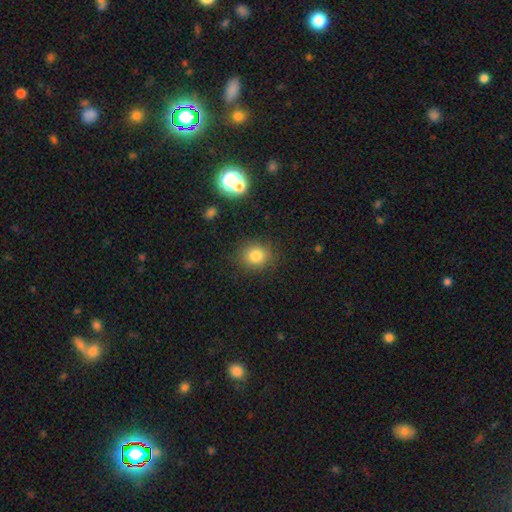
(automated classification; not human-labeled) This is clearly a smooth galaxy (80%). How rounded: likely round (79%). Merging: clearly none (86%).